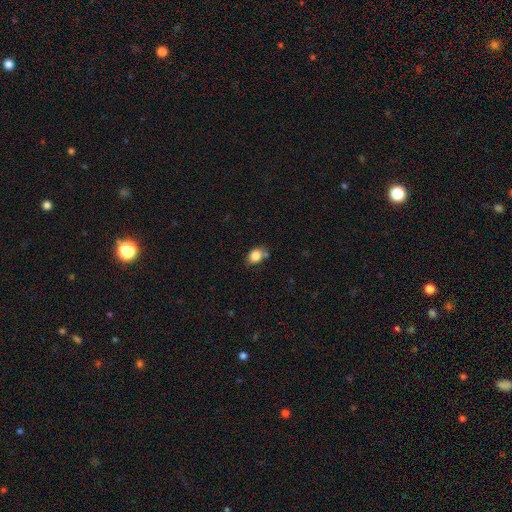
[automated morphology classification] Q: Smooth or featured?
A: smooth (84%); runner-up: star or artifact (9%)
Q: How rounded?
A: in between (62%); runner-up: round (37%)
Q: Merging?
A: none (63%); runner-up: minor disturbance (21%)